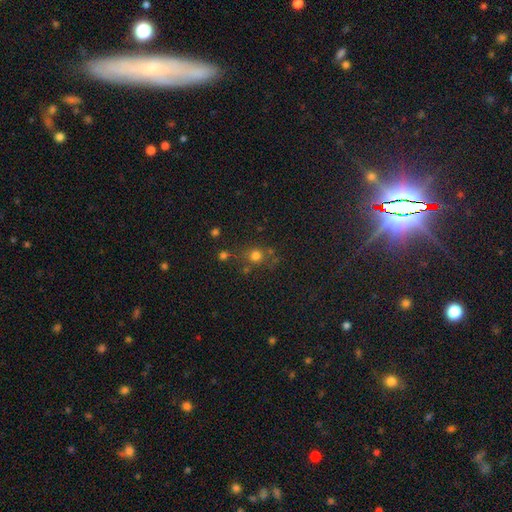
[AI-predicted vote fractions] A smooth galaxy with no disk features (71%) that is round (86%).

Vote fractions:
- Smooth or featured? smooth: 71% / star or artifact: 20% / featured or disk: 9%
- How rounded? round: 86% / in between: 12% / cigar-shaped: 1%
- Merging? none: 69% / minor disturbance: 13% / merger: 12% / major disturbance: 6%